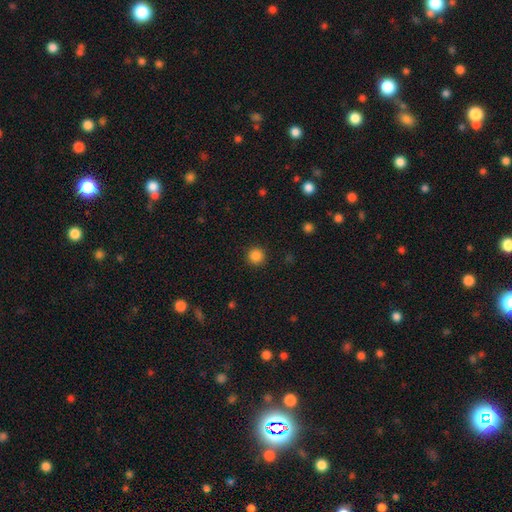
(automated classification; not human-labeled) Morphology: type=smooth (86%); roundness=round (95%); merging=none (91%).